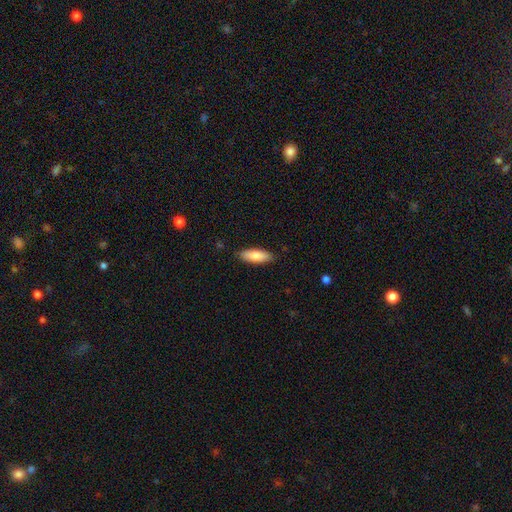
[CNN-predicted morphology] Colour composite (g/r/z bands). It shows a smooth galaxy with no disk features (81%) that is in between round and cigar-shaped (70%). Merging: none (86%).